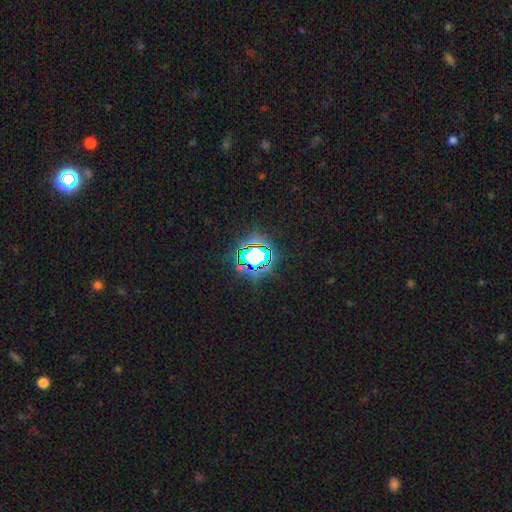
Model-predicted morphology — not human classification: type=star or artifact (70%).